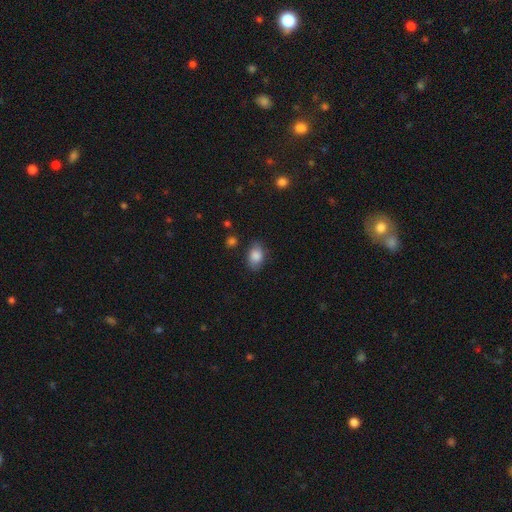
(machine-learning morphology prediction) The model was most divided on "merging": none: 76%, minor disturbance: 18%, major disturbance: 4%, merger: 2%. More confident: smooth or featured — smooth (85%); how rounded — in between (83%).